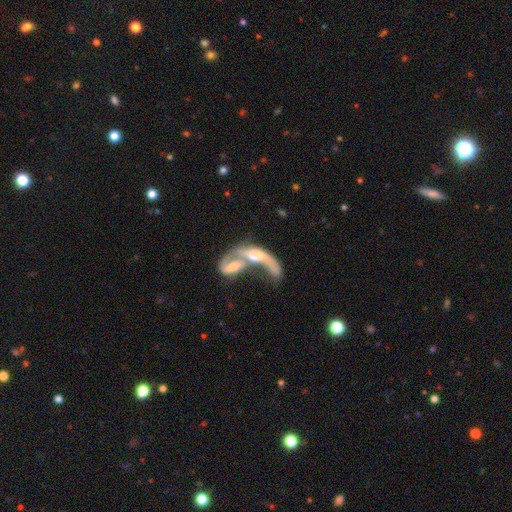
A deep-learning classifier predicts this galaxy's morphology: The model was most divided on "bulge size": moderate: 41%, small: 24%, none: 18%, large: 14%, dominant: 3%. More confident: edge-on disk — no (87%); merging — merger (80%); smooth or featured — featured or disk (64%); bar — no (61%); spiral arms — yes (59%).